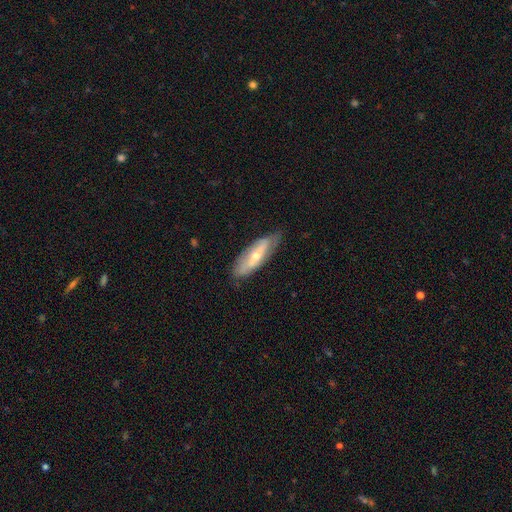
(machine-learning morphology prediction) This is possibly a featured or disk galaxy (59%). It is likely not viewed edge-on (64%). Merging: likely none (72%).